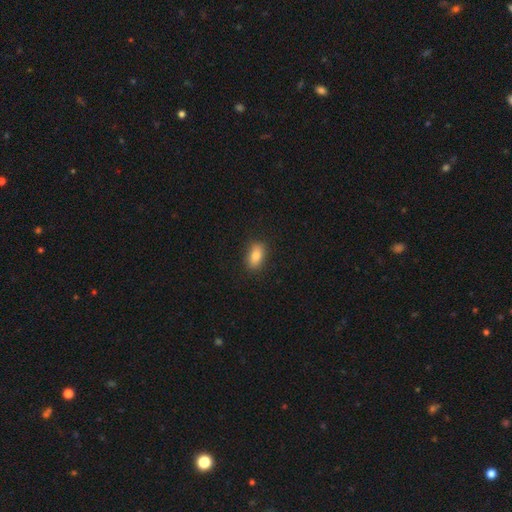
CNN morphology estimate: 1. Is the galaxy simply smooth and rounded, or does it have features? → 85% smooth, 8% star or artifact, 7% featured or disk.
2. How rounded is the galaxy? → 88% in between, 8% round, 4% cigar-shaped.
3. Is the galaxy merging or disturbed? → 85% none, 11% minor disturbance, 2% major disturbance, 1% merger.